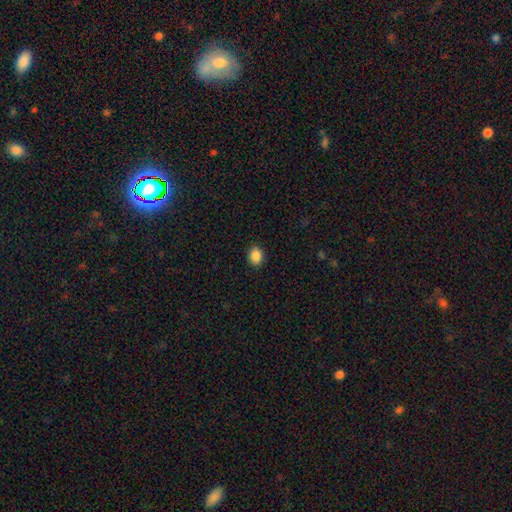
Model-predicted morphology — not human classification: Overall: smooth (88%). How rounded: round (50%; in between 49%). Merging: none (89%).